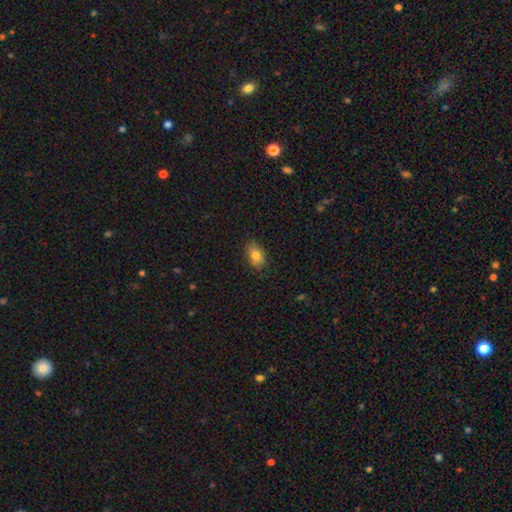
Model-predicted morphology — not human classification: This appears to be a smooth galaxy with no disk features (82%) that is in between round and cigar-shaped (82%). Merging: none (82%).